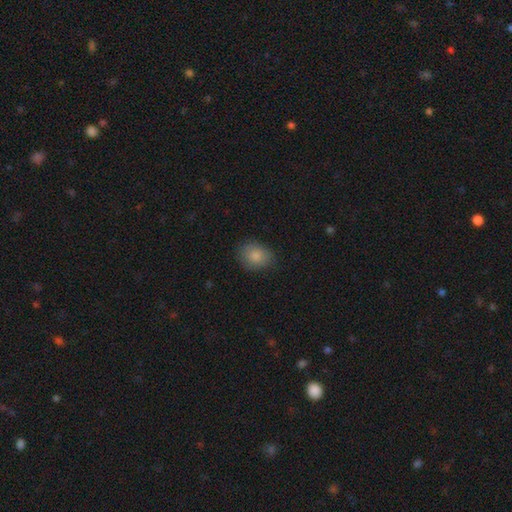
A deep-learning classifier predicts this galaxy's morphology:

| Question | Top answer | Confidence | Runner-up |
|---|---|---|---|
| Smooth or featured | smooth | 85% | star or artifact (8%) |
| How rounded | in between | 57% | round (42%) |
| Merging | none | 79% | minor disturbance (16%) |